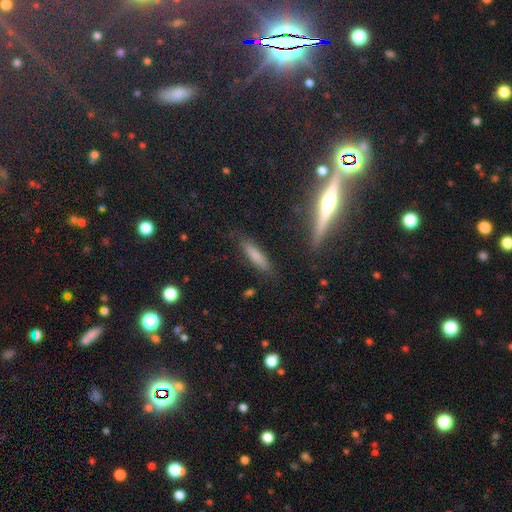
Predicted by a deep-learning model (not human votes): Overall: smooth (72%). How rounded: cigar-shaped (81%). Merging: none (83%).